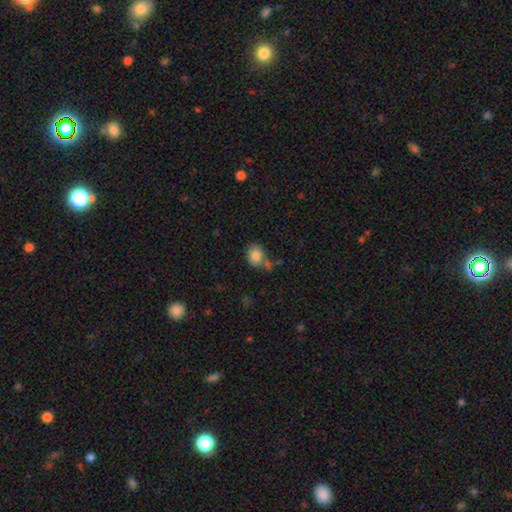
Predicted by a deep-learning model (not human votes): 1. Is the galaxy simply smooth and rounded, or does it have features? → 82% smooth, 9% featured or disk, 9% star or artifact.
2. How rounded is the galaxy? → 56% round, 43% in between, 1% cigar-shaped.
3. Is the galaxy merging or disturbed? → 55% none, 20% merger, 19% minor disturbance, 6% major disturbance.